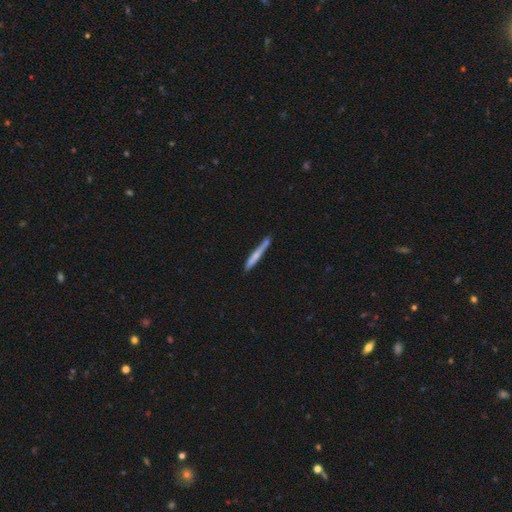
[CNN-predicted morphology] Smooth or featured? Predicted: smooth (p=0.61). How rounded? Predicted: cigar-shaped (p=0.96). Merging? Predicted: none (p=0.72).